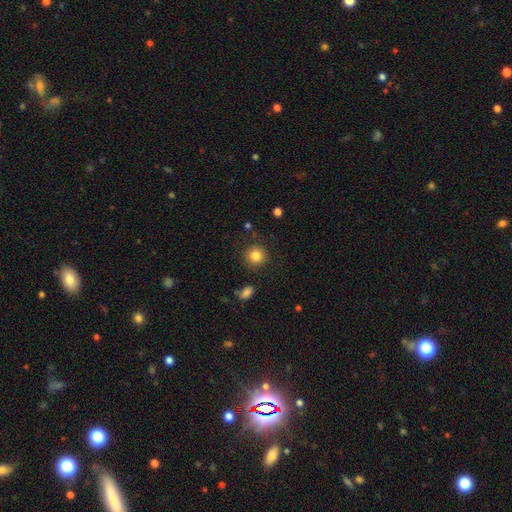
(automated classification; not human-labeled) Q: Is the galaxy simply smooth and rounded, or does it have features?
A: smooth — 83%.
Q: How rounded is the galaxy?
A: round — 92%.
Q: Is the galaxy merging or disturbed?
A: none — 88%.